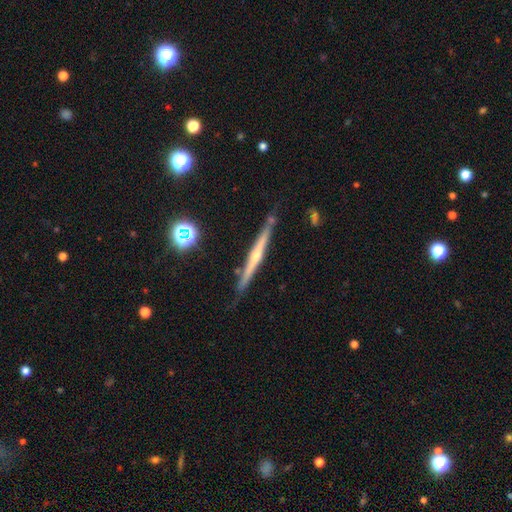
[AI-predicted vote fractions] Q: Smooth or featured?
A: featured or disk (75%); runner-up: smooth (18%)
Q: Edge-on disk?
A: yes (98%); runner-up: no (2%)
Q: Edge-on bulge?
A: rounded (79%); runner-up: none (18%)
Q: Merging?
A: none (83%); runner-up: minor disturbance (12%)